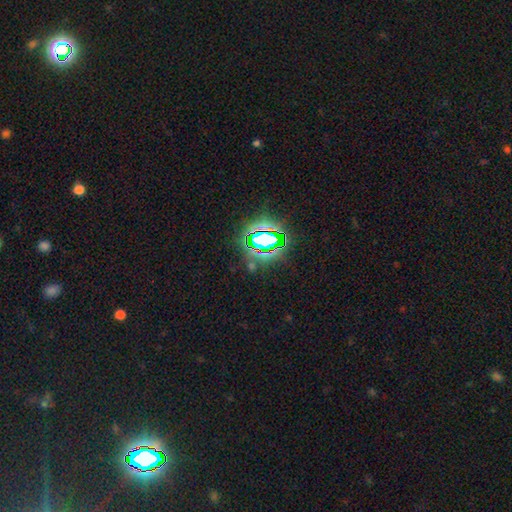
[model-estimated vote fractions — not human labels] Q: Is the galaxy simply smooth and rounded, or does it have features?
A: star or artifact — 74%.